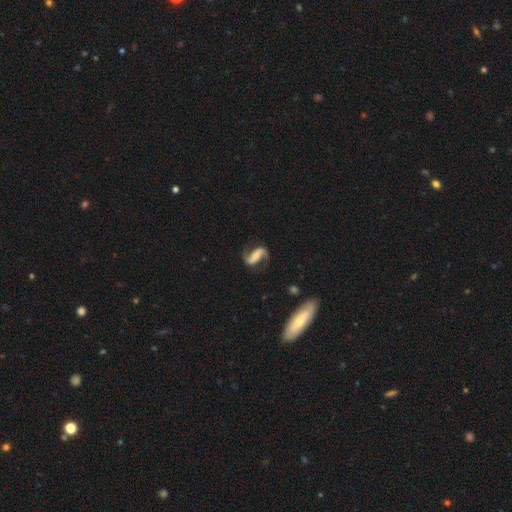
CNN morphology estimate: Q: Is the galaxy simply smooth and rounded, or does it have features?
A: featured or disk — 82%.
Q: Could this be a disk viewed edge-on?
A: no — 96%.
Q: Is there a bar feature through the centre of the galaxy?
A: strong — 43%.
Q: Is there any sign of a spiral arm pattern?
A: yes — 95%.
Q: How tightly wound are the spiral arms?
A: loose — 63%.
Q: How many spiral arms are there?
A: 2 — 92%.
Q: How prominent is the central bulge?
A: small — 33%.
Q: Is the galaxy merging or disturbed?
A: none — 74%.